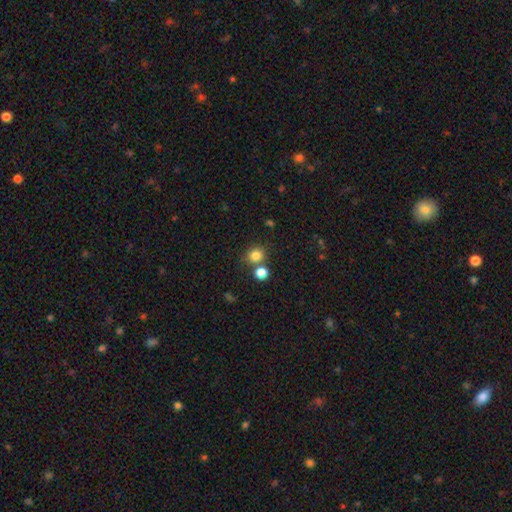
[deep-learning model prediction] Smooth or featured: smooth — 81% (star or artifact — 13%)
How rounded: round — 81% (in between — 18%)
Merging: none — 69% (merger — 19%)